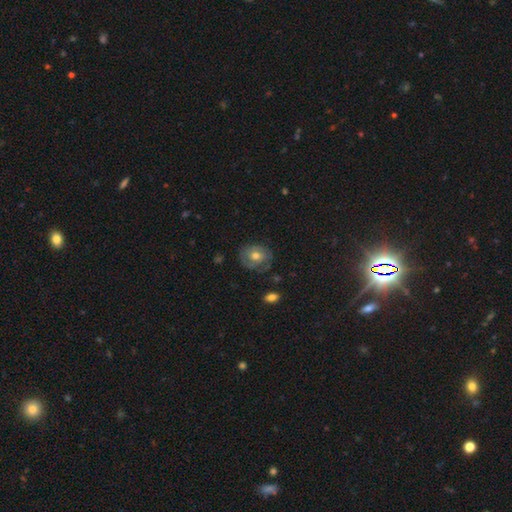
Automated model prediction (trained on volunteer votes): Smooth or featured? smooth (47%)
Merging? none (74%)